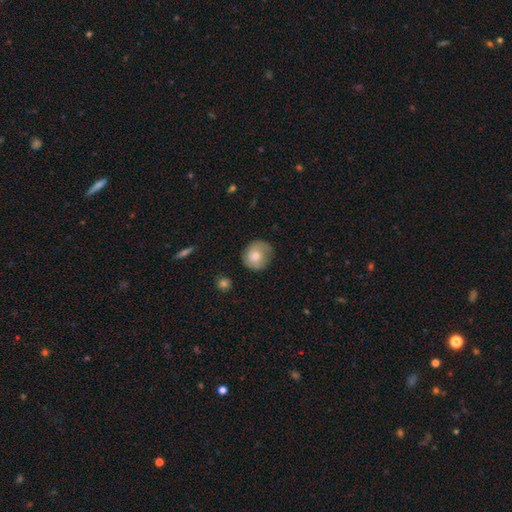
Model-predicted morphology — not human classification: smooth_or_featured: smooth (p=0.69) [alt: featured or disk p=0.24]
how_rounded: round (p=0.82) [alt: in between p=0.17]
merging: none (p=0.71) [alt: minor disturbance p=0.22]